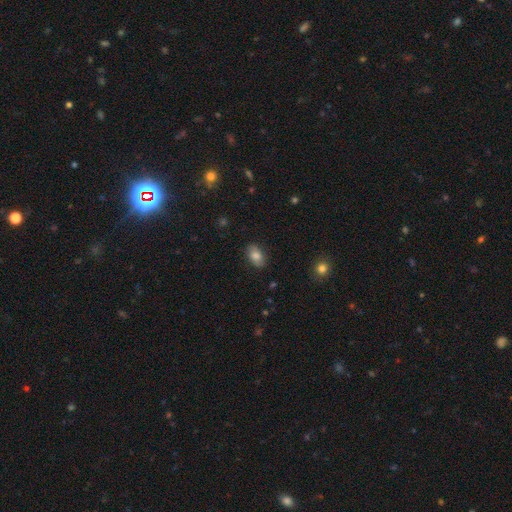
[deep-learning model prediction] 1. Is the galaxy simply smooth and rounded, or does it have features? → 79% smooth, 13% featured or disk, 8% star or artifact.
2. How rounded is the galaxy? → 90% in between, 8% round, 2% cigar-shaped.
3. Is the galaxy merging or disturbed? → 84% none, 12% minor disturbance, 3% major disturbance, 1% merger.